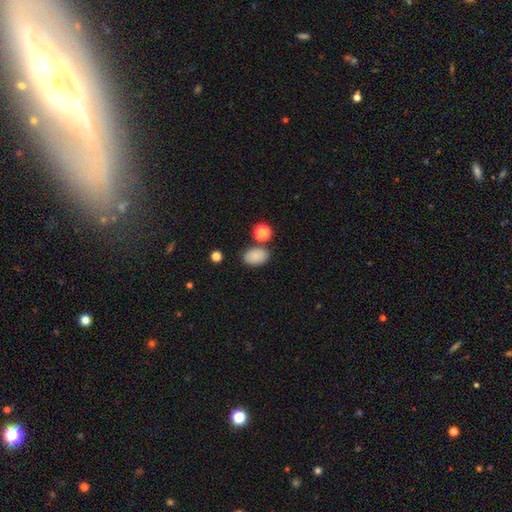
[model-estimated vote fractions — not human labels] Smooth or featured? Predicted: smooth (p=0.85). How rounded? Predicted: in between (p=0.87). Merging? Predicted: none (p=0.75).